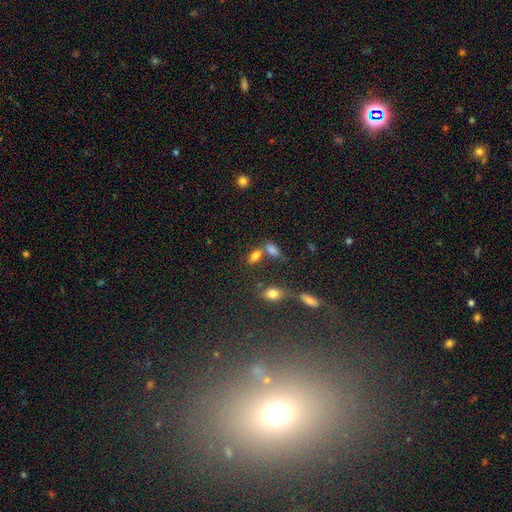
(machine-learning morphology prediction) This appears to be a smooth galaxy with no disk features (78%) that is in between round and cigar-shaped (85%). Merging: none (48%).